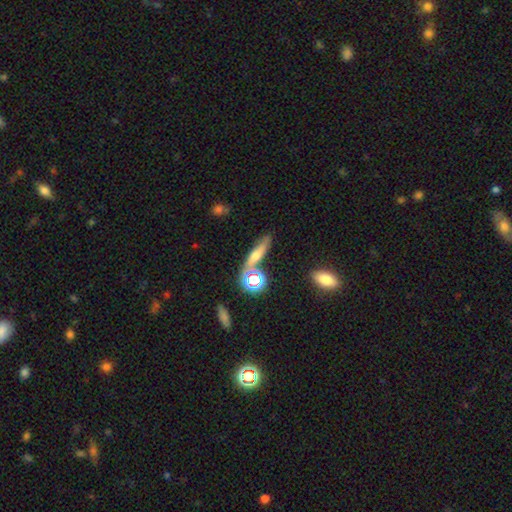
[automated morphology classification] type=smooth (52%); roundness=cigar-shaped (60%); merging=none (66%).